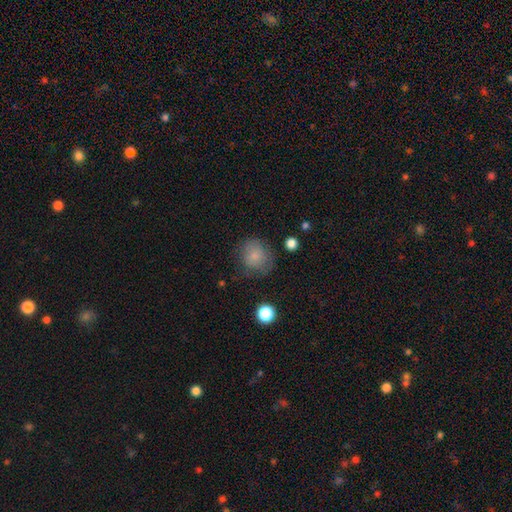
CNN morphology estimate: Overall: smooth (80%). How rounded: round (80%). Merging: none (68%).